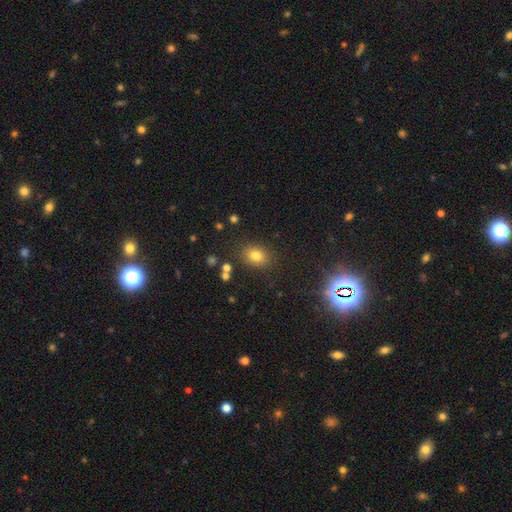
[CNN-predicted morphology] type=smooth (78%); roundness=in between (58%); merging=none (83%).